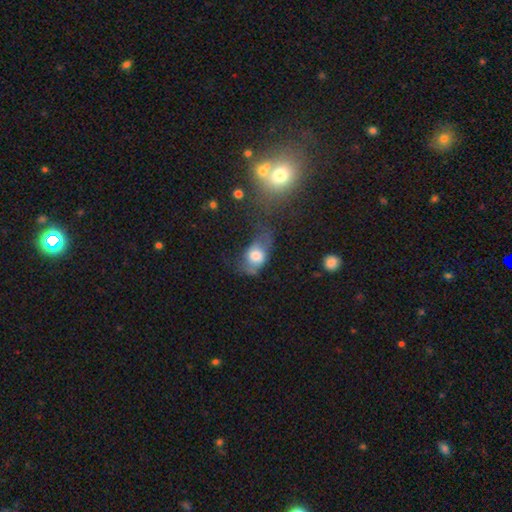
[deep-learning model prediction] smooth_or_featured: smooth (p=0.63) [alt: featured or disk p=0.27]
how_rounded: in between (p=0.76) [alt: round p=0.21]
merging: major disturbance (p=0.33) [alt: minor disturbance p=0.30]